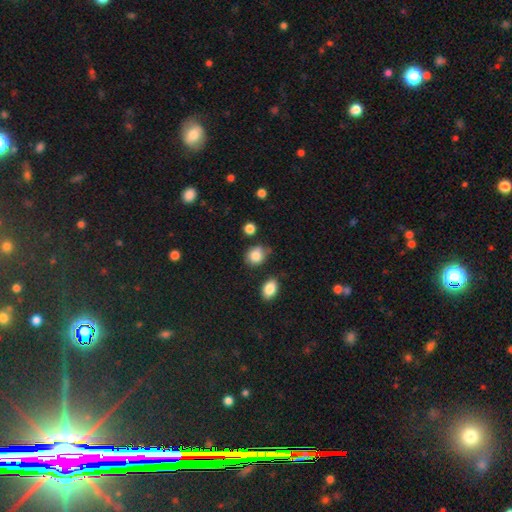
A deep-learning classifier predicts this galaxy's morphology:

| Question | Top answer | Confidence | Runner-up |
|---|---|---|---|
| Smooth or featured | smooth | 85% | star or artifact (9%) |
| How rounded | round | 63% | in between (36%) |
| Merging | none | 69% | minor disturbance (21%) |